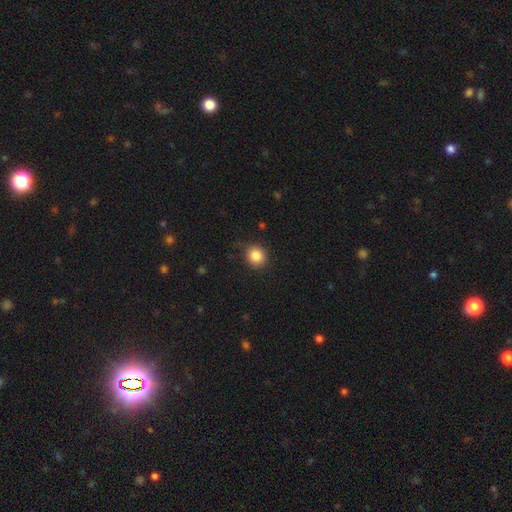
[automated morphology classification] Smooth or featured?
  - smooth: 85% *
  - star or artifact: 10%
  - featured or disk: 5%
How rounded?
  - round: 86% *
  - in between: 13%
  - cigar-shaped: 1%
Merging?
  - none: 86% *
  - minor disturbance: 11%
  - major disturbance: 3%
  - merger: 1%